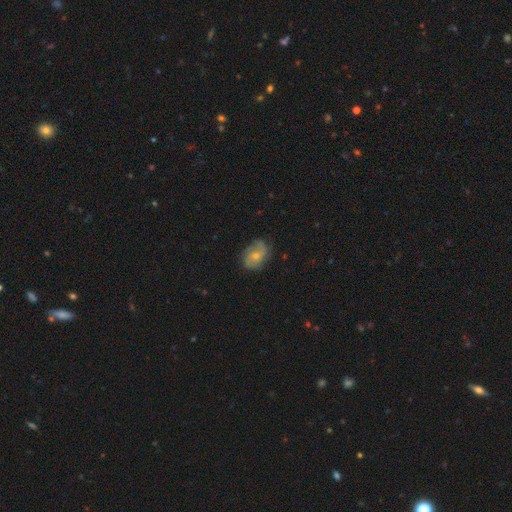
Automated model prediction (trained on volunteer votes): featured or disk 57%, smooth 36%, star or artifact 8%. Down the decision tree: edge-on disk — no (96%); bar — no (70%); spiral arms — yes (85%); bulge size — small (59%); merging — none (67%).